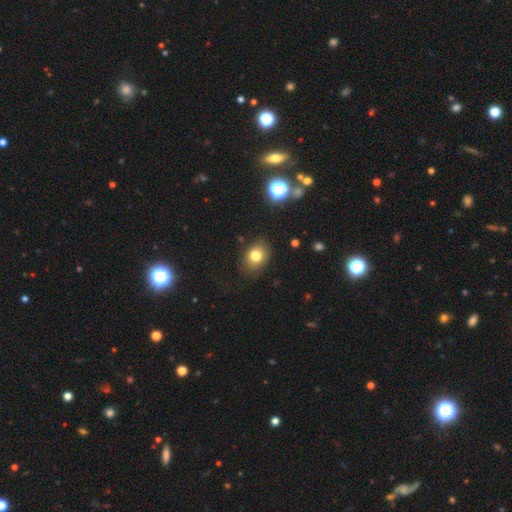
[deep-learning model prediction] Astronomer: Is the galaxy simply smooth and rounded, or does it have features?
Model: smooth — 78%.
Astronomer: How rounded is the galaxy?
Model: in between — 53% (runner-up: round, 46%).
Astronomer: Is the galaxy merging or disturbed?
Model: none — 82%.